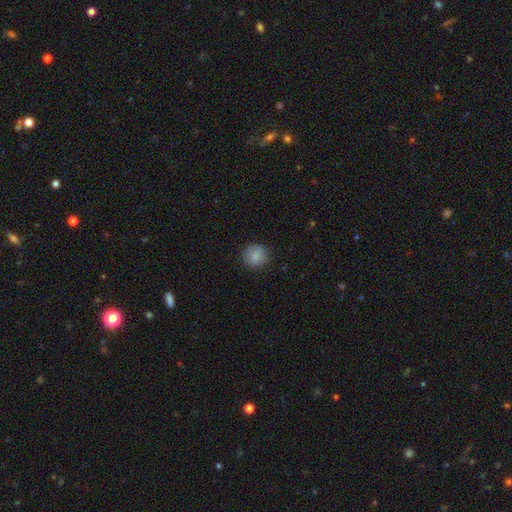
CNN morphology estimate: Smooth or featured? Predicted: smooth (p=0.85). How rounded? Predicted: round (p=0.91). Merging? Predicted: none (p=0.86).